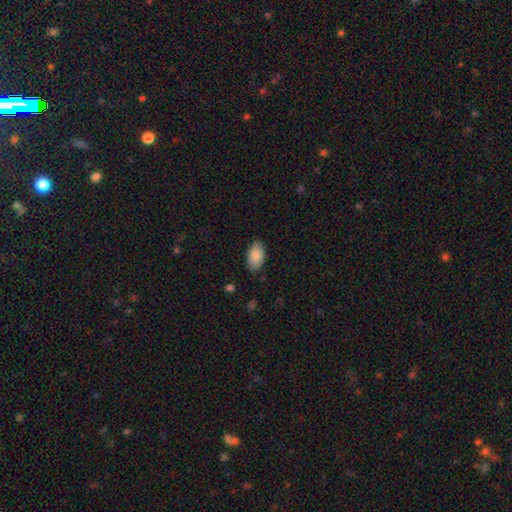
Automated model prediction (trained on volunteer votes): The model was most divided on "merging": none: 83%, minor disturbance: 13%, major disturbance: 3%, merger: 1%. More confident: how rounded — in between (95%); smooth or featured — smooth (87%).